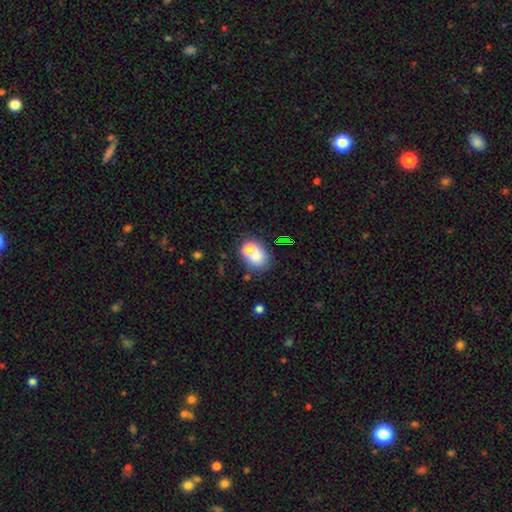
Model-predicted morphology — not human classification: The model was most divided on "merging": merger: 43%, none: 40%, minor disturbance: 10%, major disturbance: 6%. More confident: smooth or featured — smooth (67%); how rounded — round (57%).